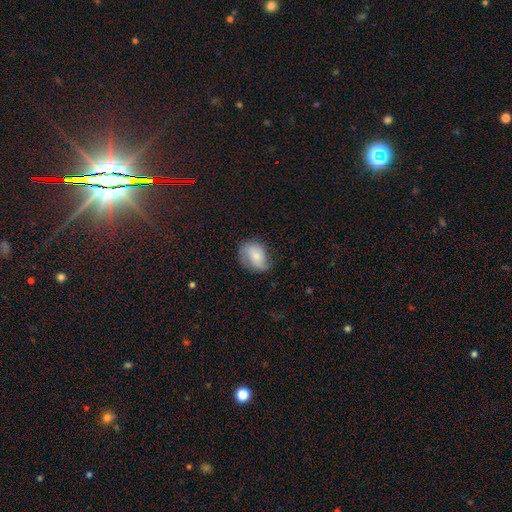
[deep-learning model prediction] Morphology: type=smooth (60%); roundness=in between (72%); merging=none (61%).